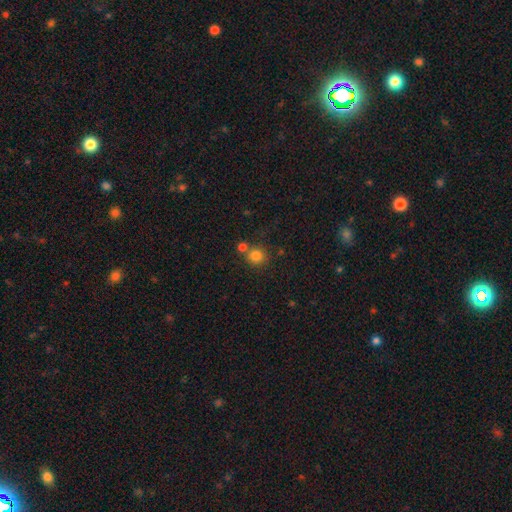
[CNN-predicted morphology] This appears to be a smooth galaxy with no disk features (81%) that is round (90%). Merging: none (67%).